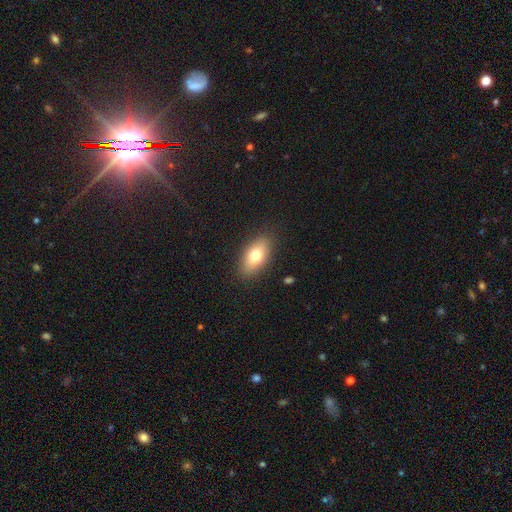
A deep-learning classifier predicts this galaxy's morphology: Smooth or featured?
  - smooth: 76% *
  - featured or disk: 17%
  - star or artifact: 7%
How rounded?
  - in between: 88% *
  - cigar-shaped: 6%
  - round: 5%
Merging?
  - none: 87% *
  - minor disturbance: 9%
  - major disturbance: 3%
  - merger: 1%